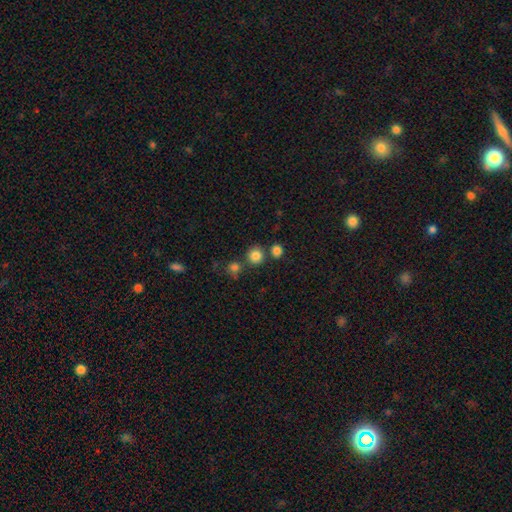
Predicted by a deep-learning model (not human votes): Overall: smooth (82%). How rounded: round (91%). Merging: none (75%).